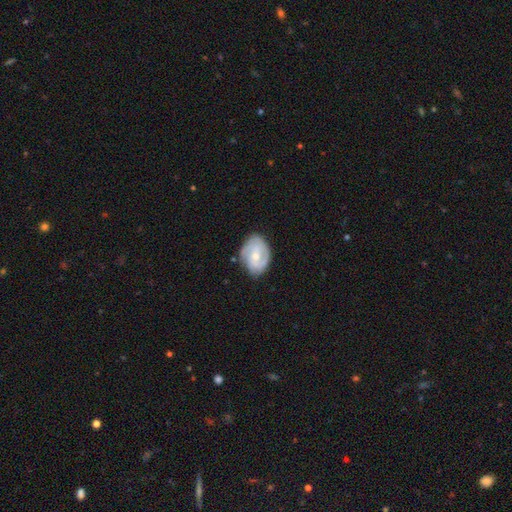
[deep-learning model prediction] This appears to be a featured or disk galaxy (67%) with no bar (55%), 2 (46%) tight (48%) spiral arms (86%) and a small central bulge (51%). Merging: none (71%).